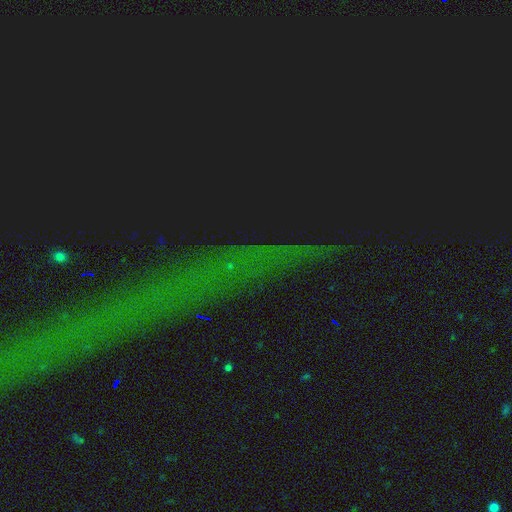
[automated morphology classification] A star or artifact, not a galaxy (83%).